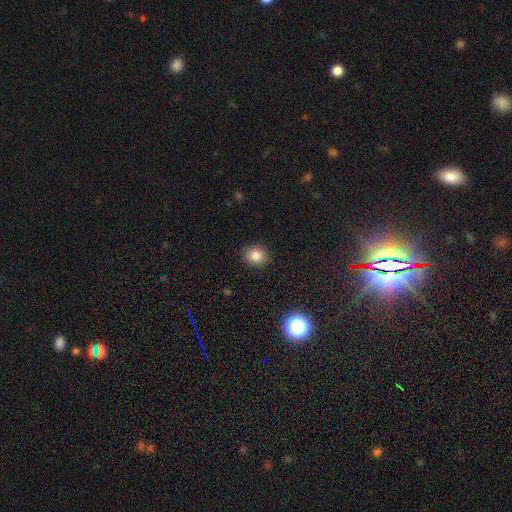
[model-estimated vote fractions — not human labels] smooth_or_featured: smooth (p=0.83) [alt: star or artifact p=0.11]
how_rounded: round (p=0.77) [alt: in between p=0.22]
merging: none (p=0.90) [alt: minor disturbance p=0.07]